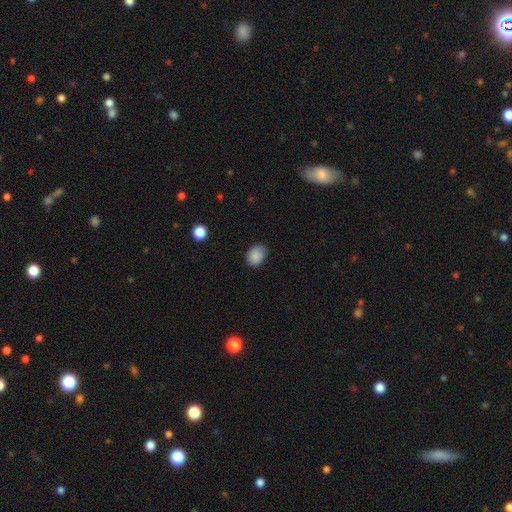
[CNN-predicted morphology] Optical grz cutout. It shows a smooth galaxy with no disk features (88%) that is in between round and cigar-shaped (69%). Merging: none (78%).